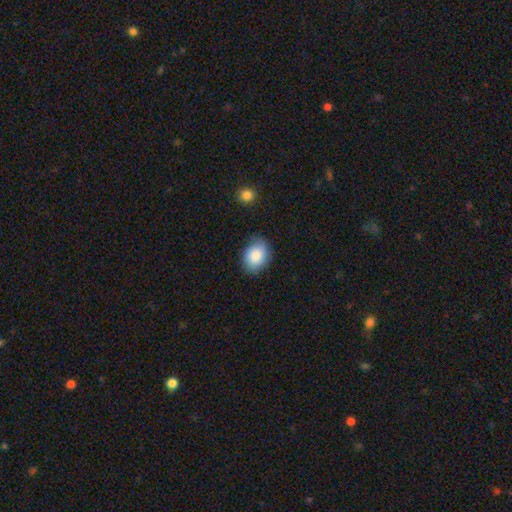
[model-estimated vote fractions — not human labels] Smooth or featured? Predicted: smooth (p=0.85). How rounded? Predicted: in between (p=0.59). Merging? Predicted: none (p=0.77).